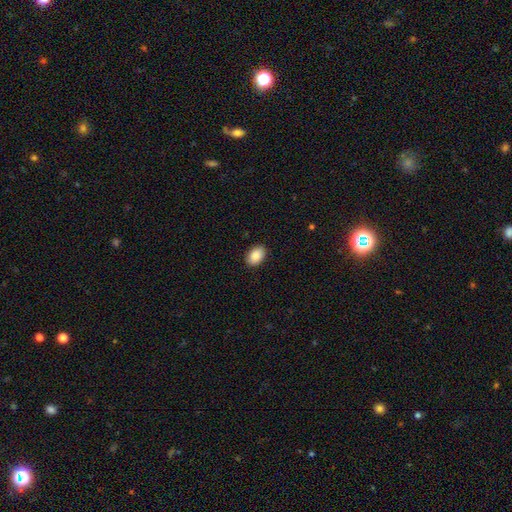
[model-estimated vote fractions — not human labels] Smooth or featured? Predicted: smooth (p=0.88). How rounded? Predicted: in between (p=0.87). Merging? Predicted: none (p=0.89).